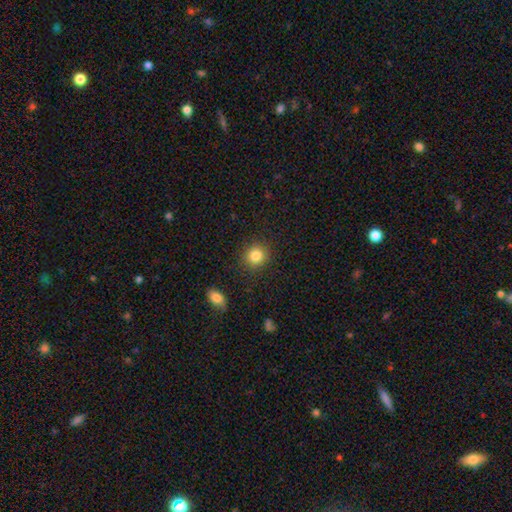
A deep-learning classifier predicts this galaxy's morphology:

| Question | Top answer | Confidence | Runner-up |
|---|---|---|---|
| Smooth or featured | smooth | 84% | star or artifact (10%) |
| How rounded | round | 88% | in between (11%) |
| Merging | none | 89% | minor disturbance (7%) |